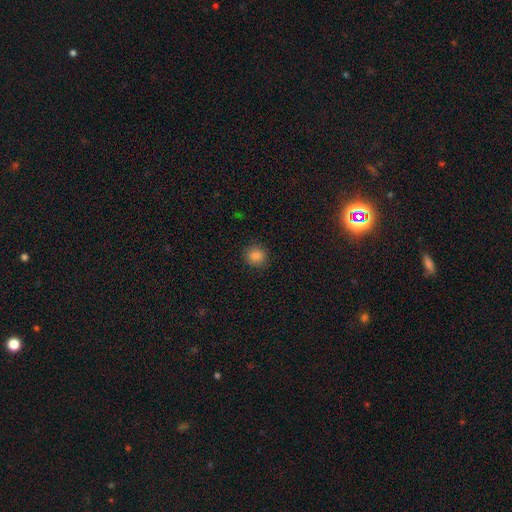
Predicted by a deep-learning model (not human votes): The model was most divided on "smooth or featured": smooth: 85%, star or artifact: 11%, featured or disk: 4%. More confident: merging — none (90%); how rounded — round (88%).